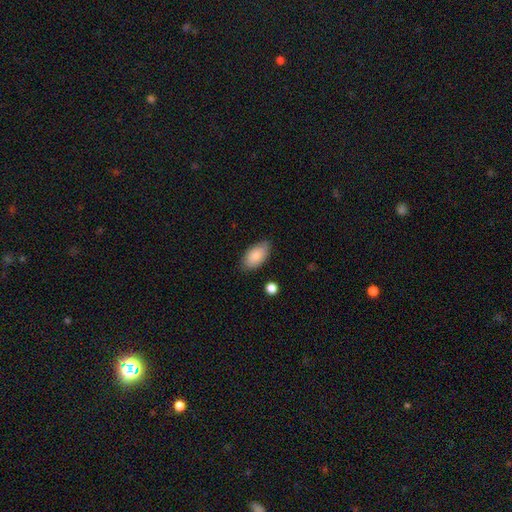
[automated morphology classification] Smooth or featured?
  - smooth: 85% *
  - featured or disk: 9%
  - star or artifact: 6%
How rounded?
  - in between: 94% *
  - round: 3%
  - cigar-shaped: 3%
Merging?
  - none: 81% *
  - minor disturbance: 14%
  - major disturbance: 3%
  - merger: 2%